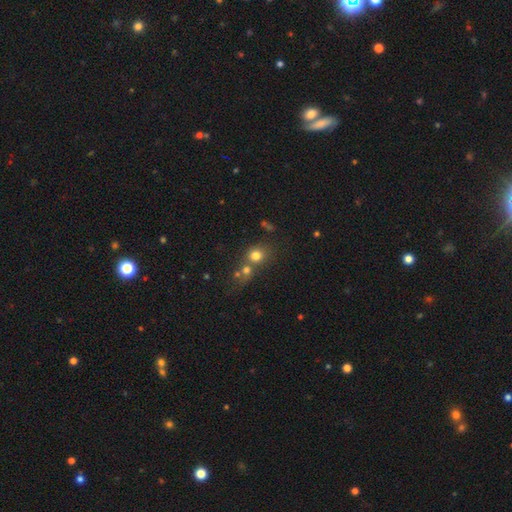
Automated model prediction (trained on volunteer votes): A smooth galaxy with no disk features (73%) that is round (77%).

Vote fractions:
- Smooth or featured? smooth: 73% / star or artifact: 15% / featured or disk: 12%
- How rounded? round: 77% / in between: 22% / cigar-shaped: 1%
- Merging? none: 43% (tied) / merger: 43% (tied) / minor disturbance: 9% / major disturbance: 5%